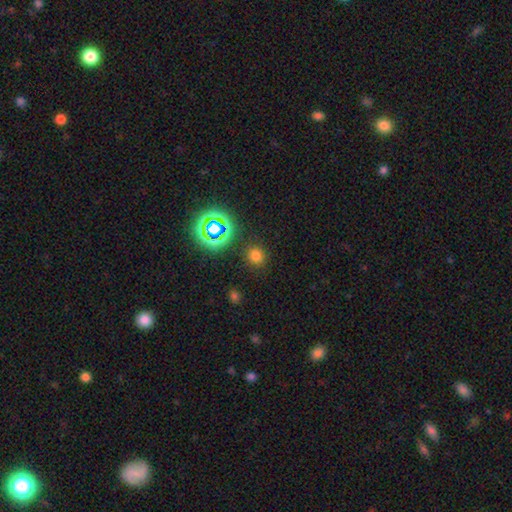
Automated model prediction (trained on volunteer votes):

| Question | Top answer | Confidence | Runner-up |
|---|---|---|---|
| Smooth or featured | smooth | 70% | star or artifact (24%) |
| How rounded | round | 87% | in between (12%) |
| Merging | none | 88% | minor disturbance (7%) |